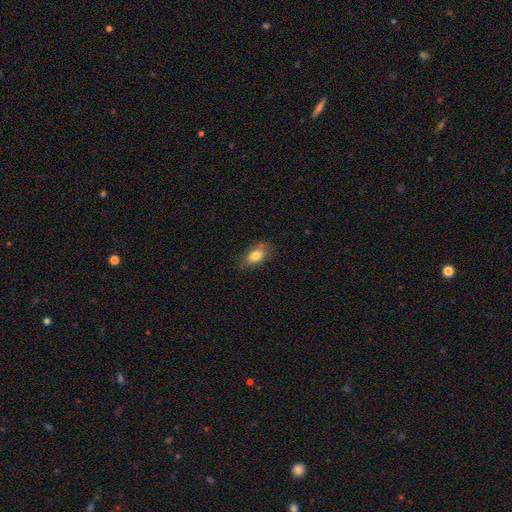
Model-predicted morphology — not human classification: This is clearly a smooth galaxy (82%). How rounded: clearly in between (88%). Merging: likely none (77%).